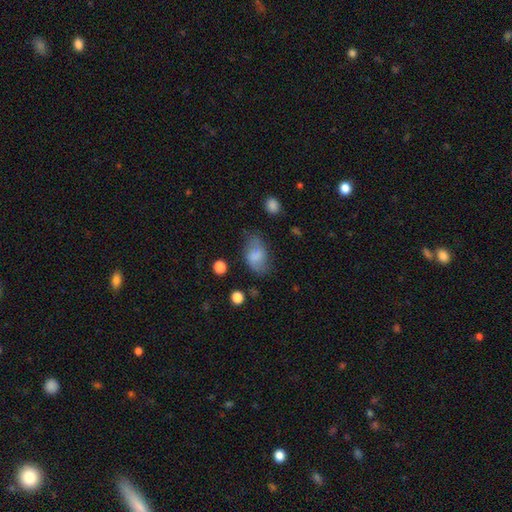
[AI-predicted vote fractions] smooth-or-featured: smooth: 74% | featured or disk: 17% | star or artifact: 9%
  how-rounded: in between: 88% | round: 10% | cigar-shaped: 2%
  merging: none: 60% | minor disturbance: 26% | major disturbance: 11% | merger: 3%